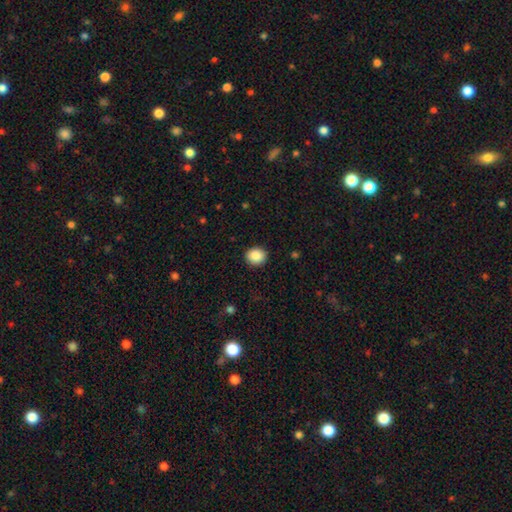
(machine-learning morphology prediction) type=smooth (88%); roundness=round (77%); merging=none (90%).